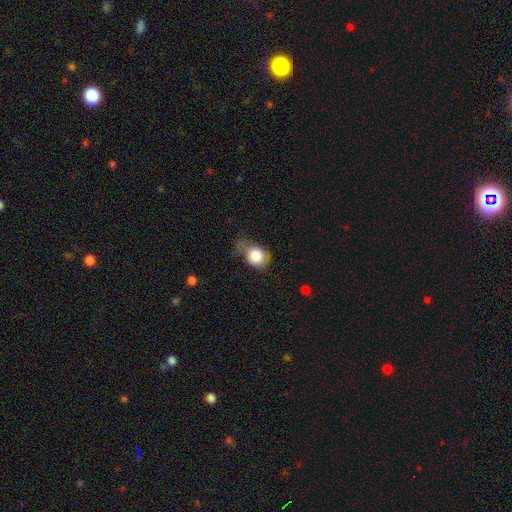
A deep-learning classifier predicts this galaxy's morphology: A smooth galaxy with no disk features (82%) that is round (62%).

Vote fractions:
- Smooth or featured? smooth: 82% / featured or disk: 9% / star or artifact: 8%
- How rounded? round: 62% / in between: 37% / cigar-shaped: 1%
- Merging? minor disturbance: 39% / none: 32% / major disturbance: 25% / merger: 4%